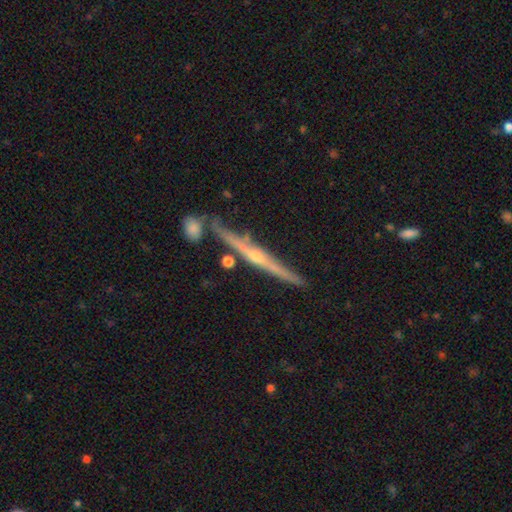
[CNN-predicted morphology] featured or disk 84%, smooth 10%, star or artifact 6%. Down the decision tree: edge-on disk — yes (98%); edge-on bulge — rounded (81%); merging — none (79%).